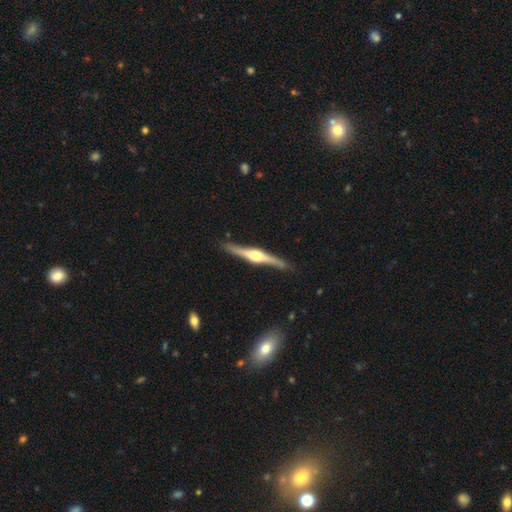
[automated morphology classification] Smooth or featured?
  - featured or disk: 81% *
  - smooth: 15%
  - star or artifact: 4%
Edge-on disk?
  - yes: 98% *
  - no: 2%
Edge-on bulge?
  - rounded: 91% *
  - boxy: 7%
  - none: 2%
Merging?
  - none: 88% *
  - minor disturbance: 9%
  - major disturbance: 2%
  - merger: 1%